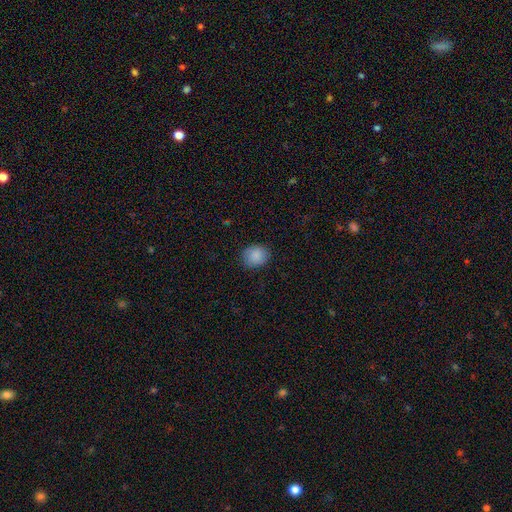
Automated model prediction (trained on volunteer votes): smooth 88%, star or artifact 8%, featured or disk 4%. Down the decision tree: how rounded — round (71%); merging — none (85%).